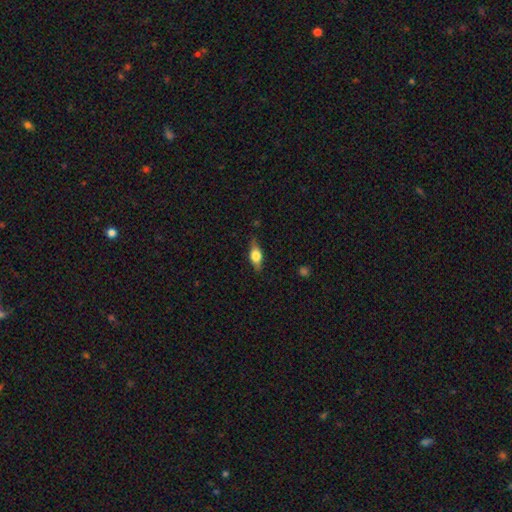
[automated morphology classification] Smooth or featured?
  - smooth: 52% *
  - featured or disk: 40%
  - star or artifact: 8%
How rounded?
  - in between: 70% *
  - cigar-shaped: 21%
  - round: 9%
Merging?
  - none: 79% *
  - minor disturbance: 16%
  - major disturbance: 4%
  - merger: 1%